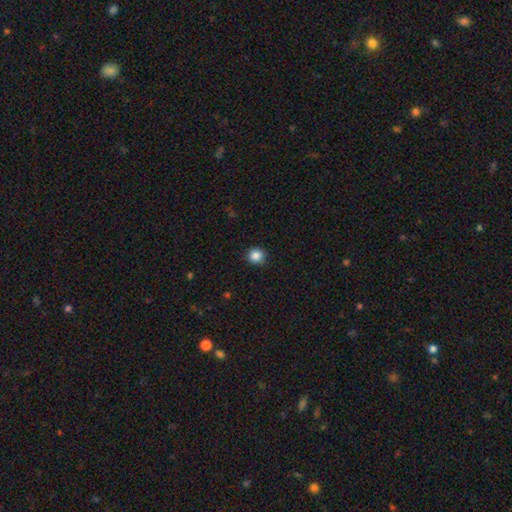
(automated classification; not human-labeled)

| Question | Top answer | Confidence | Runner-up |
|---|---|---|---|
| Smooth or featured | smooth | 86% | star or artifact (10%) |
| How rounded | round | 93% | in between (6%) |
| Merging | none | 90% | minor disturbance (8%) |